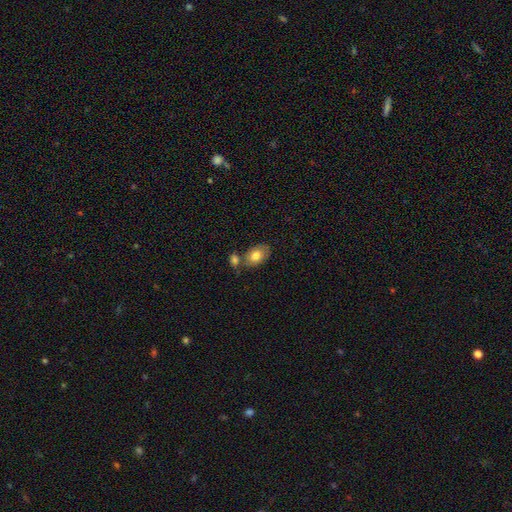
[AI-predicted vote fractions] A smooth galaxy with no disk features (78%) that is in between round and cigar-shaped (86%). Merging: none (54%).